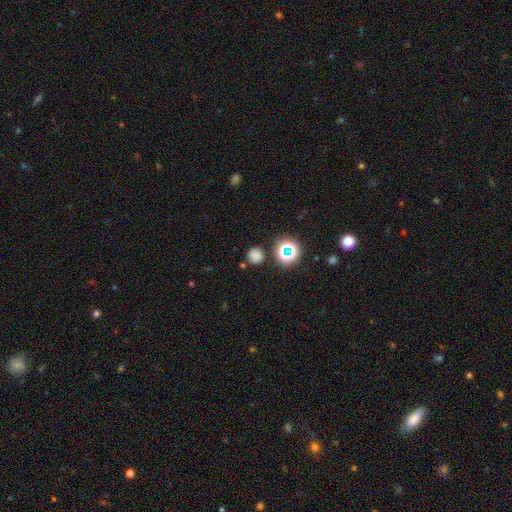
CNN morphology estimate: smooth-or-featured: smooth: 72% | star or artifact: 22% | featured or disk: 6%
  how-rounded: round: 91% | in between: 8% | cigar-shaped: 1%
  merging: none: 81% | minor disturbance: 10% | merger: 6% | major disturbance: 4%